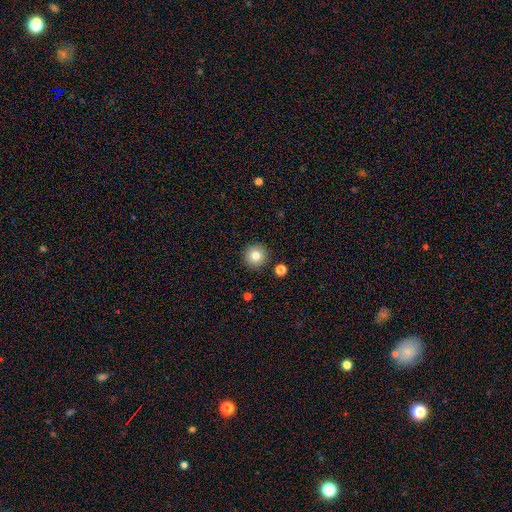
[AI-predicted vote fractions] This is clearly a smooth galaxy (81%). How rounded: clearly round (96%). Merging: clearly none (90%).